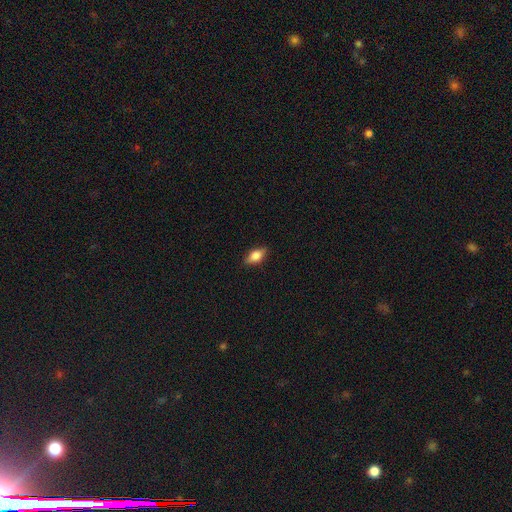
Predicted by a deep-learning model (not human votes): smooth_or_featured: smooth (p=0.74) [alt: featured or disk p=0.19]
how_rounded: in between (p=0.84) [alt: cigar-shaped p=0.10]
merging: none (p=0.86) [alt: minor disturbance p=0.11]